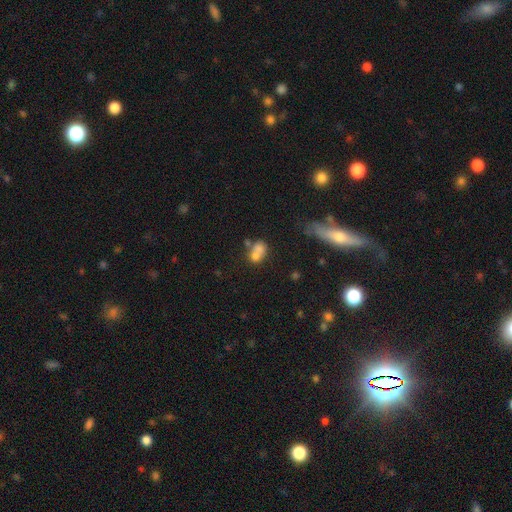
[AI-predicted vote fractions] Smooth or featured: smooth — 69% (featured or disk — 19%)
How rounded: in between — 57% (round — 41%)
Merging: merger — 57% (none — 26%)